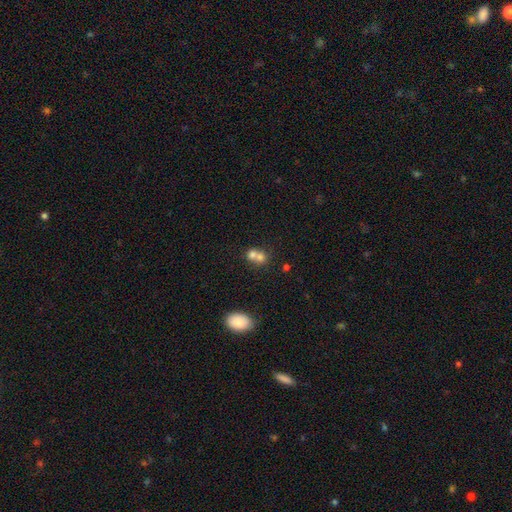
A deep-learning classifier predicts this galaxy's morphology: Overall: smooth (71%). How rounded: round (70%). Merging: merger (64%; none 27%).